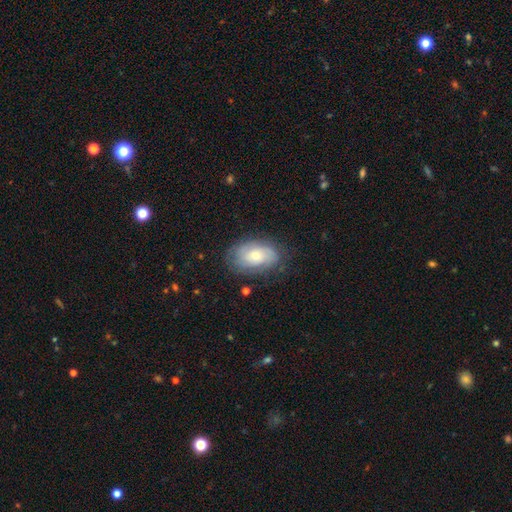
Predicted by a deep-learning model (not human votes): Morphology: type=featured or disk (49%); merging=none (71%).